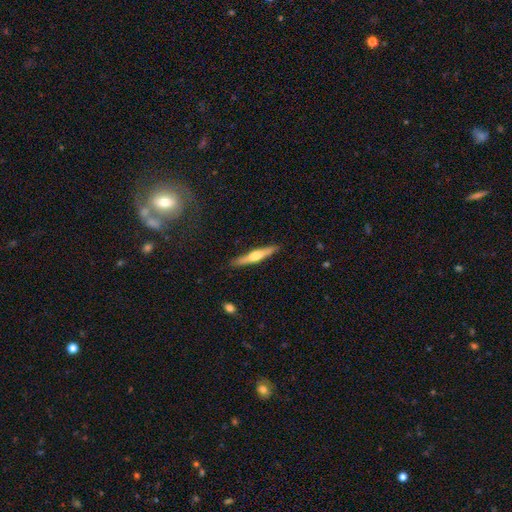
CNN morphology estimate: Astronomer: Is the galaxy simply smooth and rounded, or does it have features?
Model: featured or disk — 55% (runner-up: smooth, 39%).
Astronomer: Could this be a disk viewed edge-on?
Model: yes — 96%.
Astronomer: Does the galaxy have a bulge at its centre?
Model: rounded — 86%.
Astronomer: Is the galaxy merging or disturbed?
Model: none — 89%.